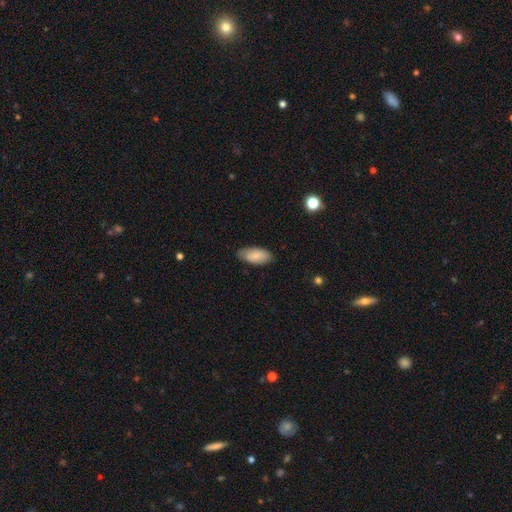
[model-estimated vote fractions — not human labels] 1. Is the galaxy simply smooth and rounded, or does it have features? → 86% smooth, 8% featured or disk, 6% star or artifact.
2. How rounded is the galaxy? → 90% in between, 9% cigar-shaped, 2% round.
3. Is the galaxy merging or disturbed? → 83% none, 14% minor disturbance, 2% major disturbance, 1% merger.